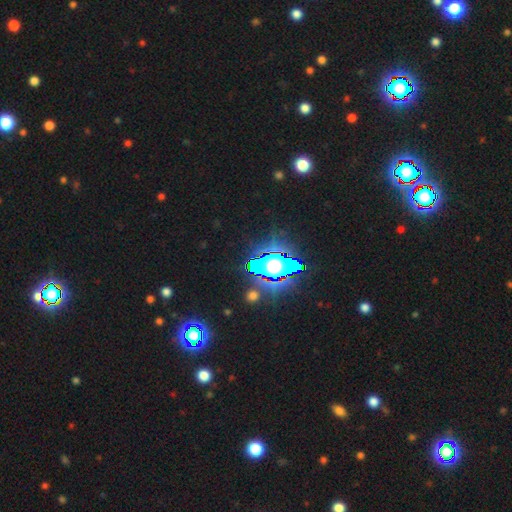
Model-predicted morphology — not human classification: The model was most divided on "smooth or featured": star or artifact: 82%, smooth: 10%, featured or disk: 8%.